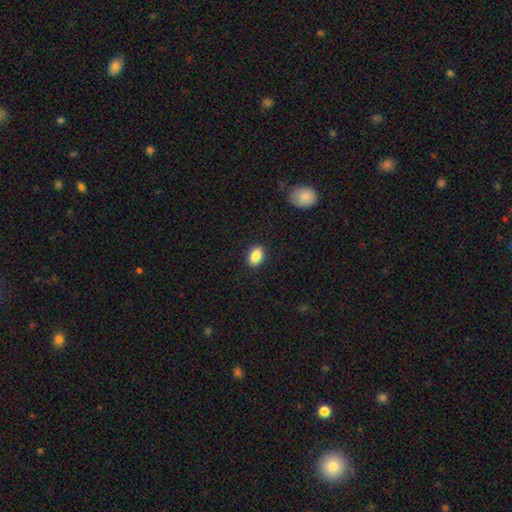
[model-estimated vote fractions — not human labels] This is clearly a smooth galaxy (85%). How rounded: clearly in between (85%). Merging: clearly none (90%).